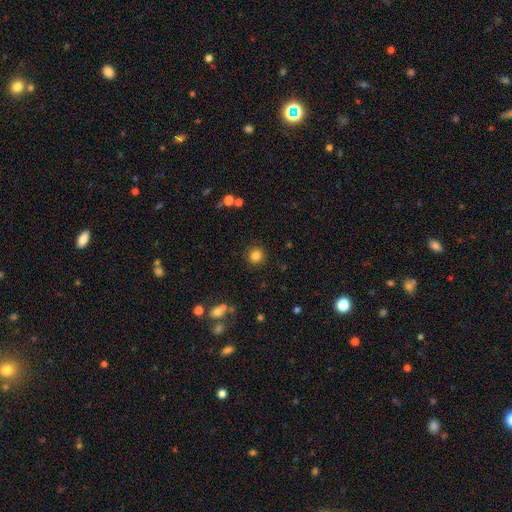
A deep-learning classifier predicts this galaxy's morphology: smooth 83%, star or artifact 12%, featured or disk 5%. Down the decision tree: how rounded — round (94%); merging — none (91%).